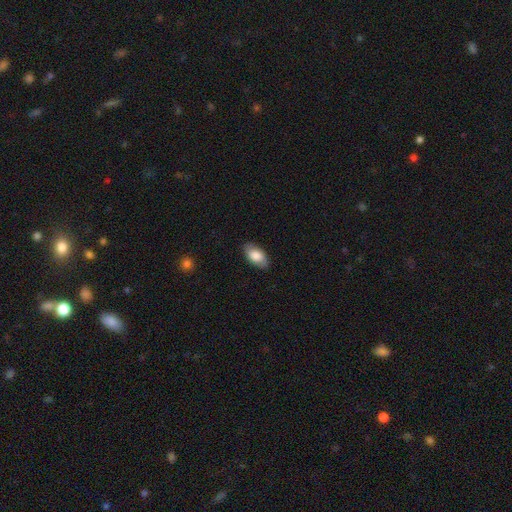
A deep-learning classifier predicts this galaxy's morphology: Smooth or featured?
  - smooth: 78% *
  - featured or disk: 15%
  - star or artifact: 6%
How rounded?
  - in between: 93% *
  - round: 3%
  - cigar-shaped: 3%
Merging?
  - none: 85% *
  - minor disturbance: 11%
  - major disturbance: 3%
  - merger: 1%